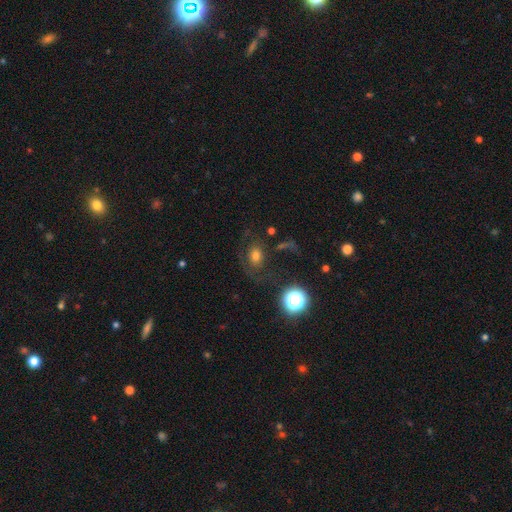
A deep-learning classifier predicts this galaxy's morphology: Q: Smooth or featured?
A: smooth (57%); runner-up: featured or disk (24%)
Q: How rounded?
A: in between (56%); runner-up: round (42%)
Q: Merging?
A: none (54%); runner-up: major disturbance (23%)